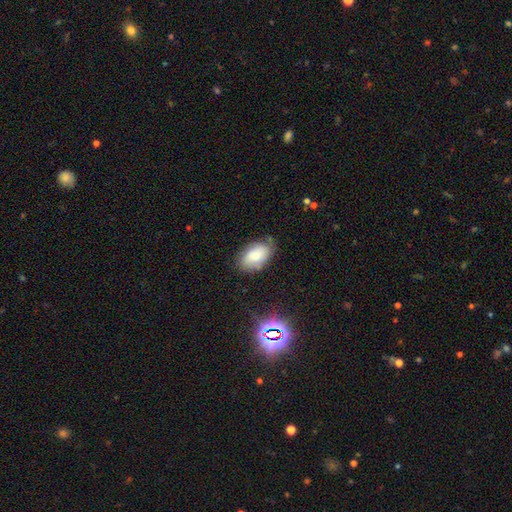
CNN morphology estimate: The model was most divided on "merging": none: 72%, minor disturbance: 21%, major disturbance: 5%, merger: 3%. More confident: how rounded — in between (92%); smooth or featured — smooth (77%).